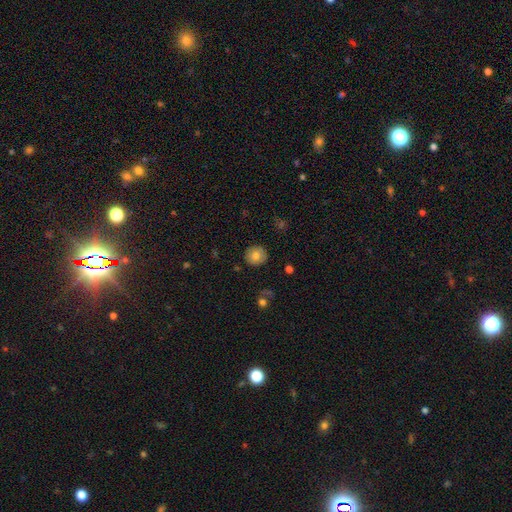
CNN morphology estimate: smooth 78%, featured or disk 13%, star or artifact 9%. Down the decision tree: how rounded — round (90%); merging — none (89%).